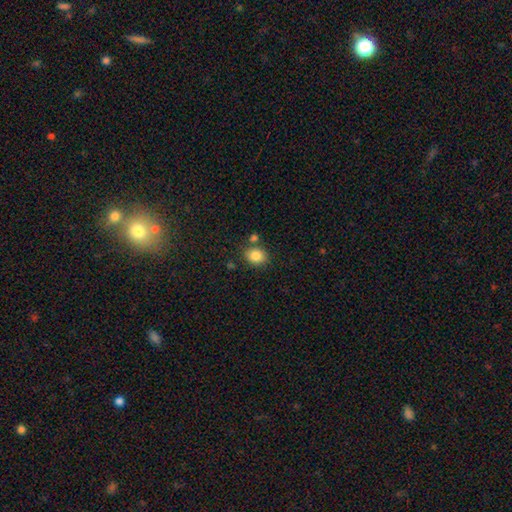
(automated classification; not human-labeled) smooth_or_featured: smooth (p=0.85) [alt: star or artifact p=0.09]
how_rounded: round (p=0.54) [alt: in between p=0.45]
merging: none (p=0.75) [alt: minor disturbance p=0.11]